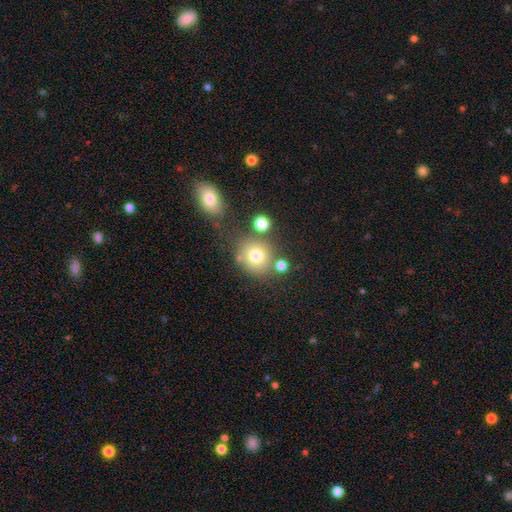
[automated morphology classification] smooth-or-featured: smooth: 74% | star or artifact: 14% | featured or disk: 12%
  how-rounded: round: 86% | in between: 13% | cigar-shaped: 1%
  merging: none: 71% | merger: 13% | minor disturbance: 12% | major disturbance: 5%